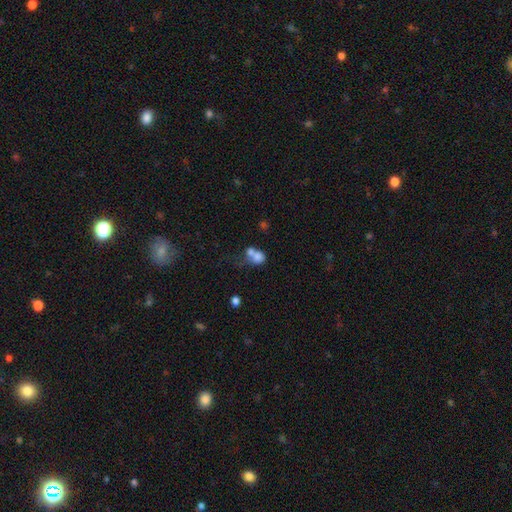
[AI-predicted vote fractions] Smooth or featured: smooth — 73% (featured or disk — 16%)
How rounded: round — 63% (in between — 36%)
Merging: merger — 59% (none — 23%)